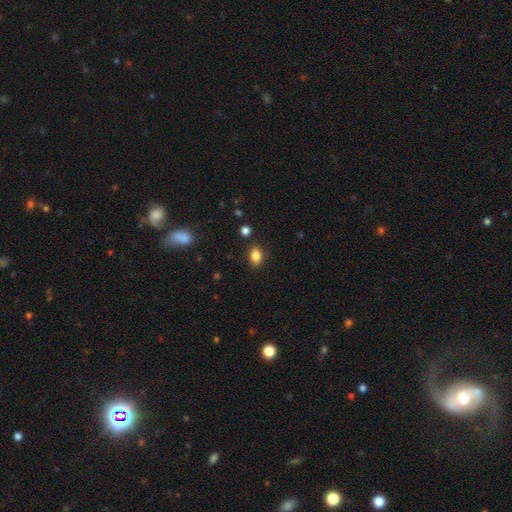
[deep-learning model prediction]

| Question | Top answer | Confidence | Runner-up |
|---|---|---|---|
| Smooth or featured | smooth | 85% | star or artifact (10%) |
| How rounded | in between | 80% | round (18%) |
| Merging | none | 85% | minor disturbance (10%) |